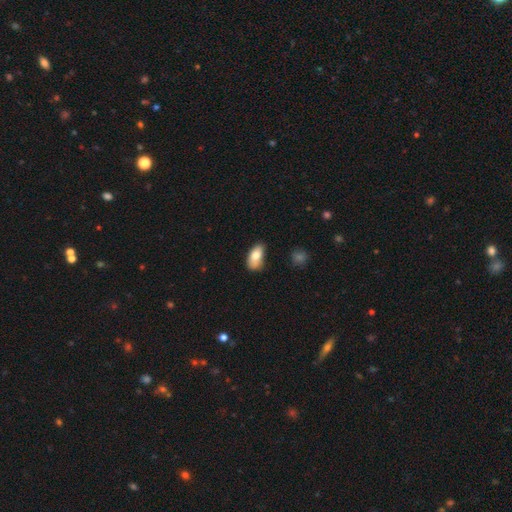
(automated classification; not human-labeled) A smooth galaxy with no disk features (80%) that is in between round and cigar-shaped (92%). Merging: none (61%).